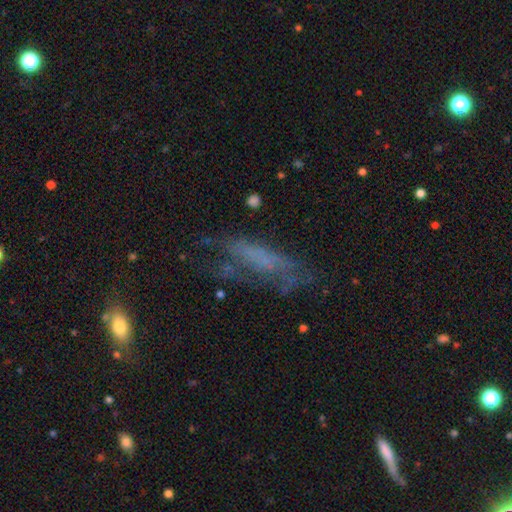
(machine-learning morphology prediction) Smooth or featured? featured or disk (46%)
Merging? none (52%)